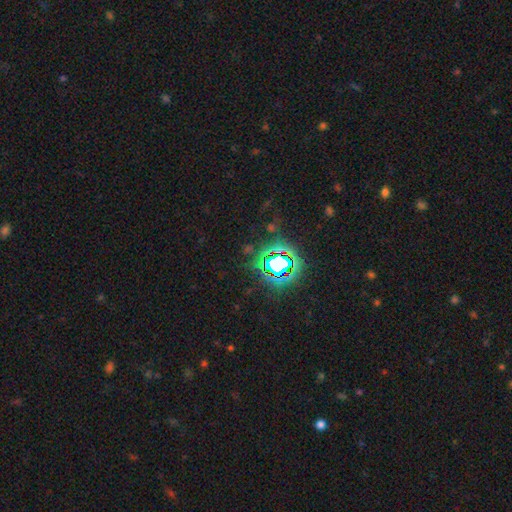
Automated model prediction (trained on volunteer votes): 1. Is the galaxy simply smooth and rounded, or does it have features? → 83% star or artifact, 10% smooth, 7% featured or disk.